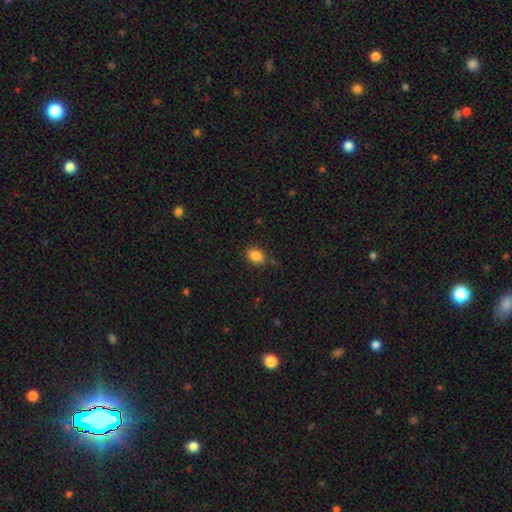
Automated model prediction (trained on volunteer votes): This appears to be a smooth galaxy with no disk features (86%) that is in between round and cigar-shaped (83%). Merging: none (77%).